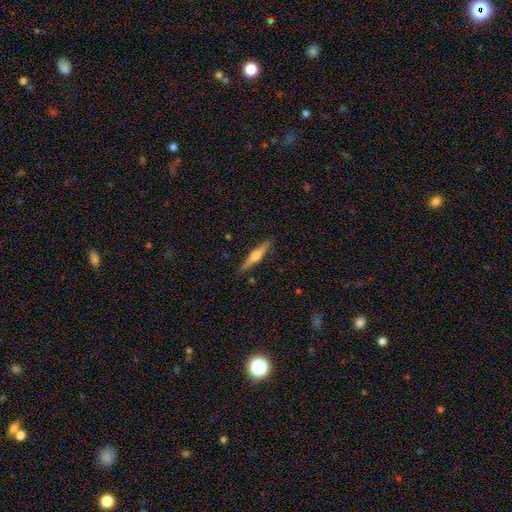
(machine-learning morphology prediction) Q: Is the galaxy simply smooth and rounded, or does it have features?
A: featured or disk — 55%.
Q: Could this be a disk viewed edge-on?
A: yes — 97%.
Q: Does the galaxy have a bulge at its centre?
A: rounded — 85%.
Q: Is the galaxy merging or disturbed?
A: none — 88%.